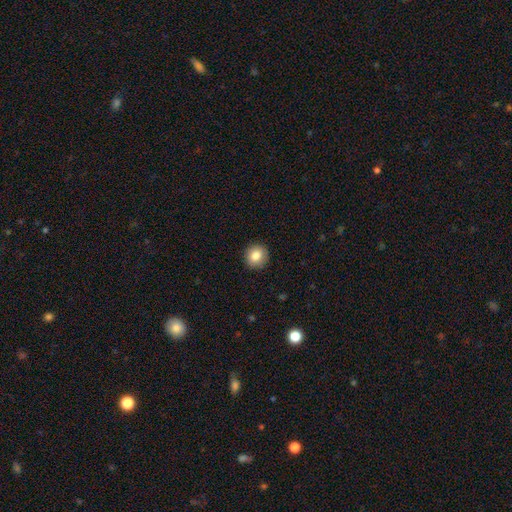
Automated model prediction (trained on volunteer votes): Smooth or featured: smooth — 83% (star or artifact — 9%)
How rounded: round — 90% (in between — 9%)
Merging: none — 91% (minor disturbance — 6%)